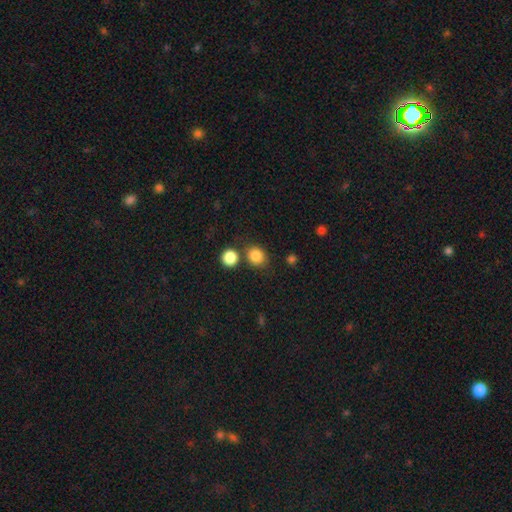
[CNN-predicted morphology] smooth-or-featured: smooth: 85% | star or artifact: 10% | featured or disk: 5%
  how-rounded: round: 75% | in between: 24% | cigar-shaped: 1%
  merging: none: 71% | merger: 15% | minor disturbance: 10% | major disturbance: 4%